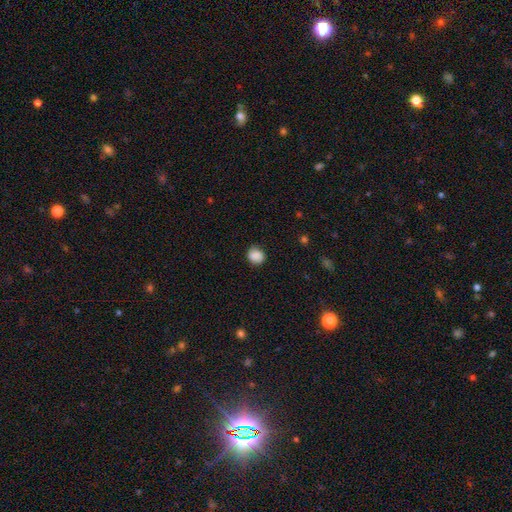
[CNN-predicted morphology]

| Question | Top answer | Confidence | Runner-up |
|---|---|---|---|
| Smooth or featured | smooth | 87% | star or artifact (9%) |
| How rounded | round | 75% | in between (24%) |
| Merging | none | 82% | minor disturbance (13%) |